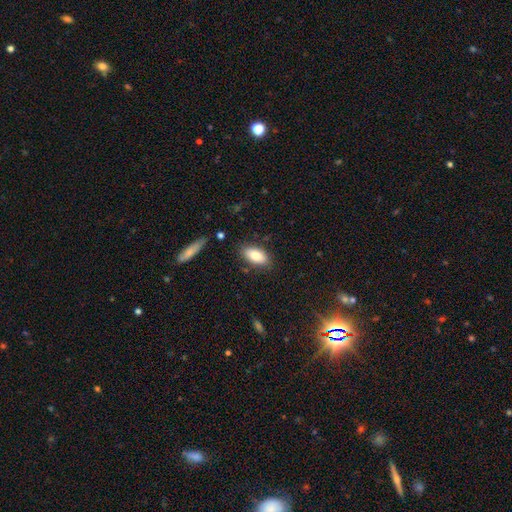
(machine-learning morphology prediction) smooth 84%, featured or disk 9%, star or artifact 7%. Down the decision tree: how rounded — in between (89%); merging — none (82%).